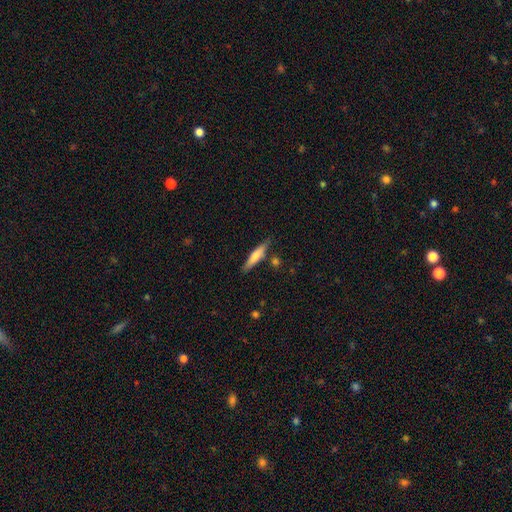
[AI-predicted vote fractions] Smooth or featured: smooth — 58% (featured or disk — 36%)
How rounded: cigar-shaped — 84% (in between — 14%)
Merging: none — 80% (minor disturbance — 12%)